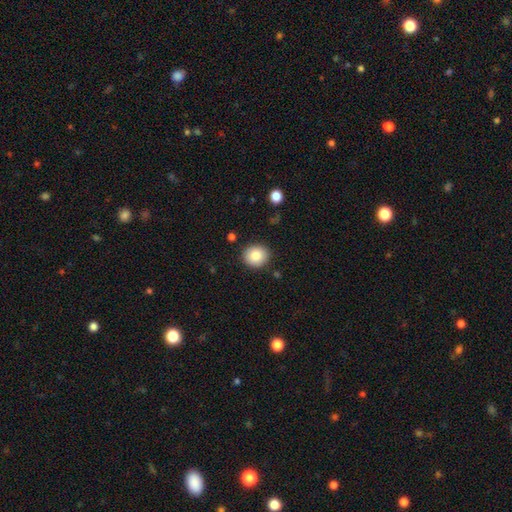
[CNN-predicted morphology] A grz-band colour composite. It shows a smooth galaxy with no disk features (86%) that is round (82%). Merging: none (88%).